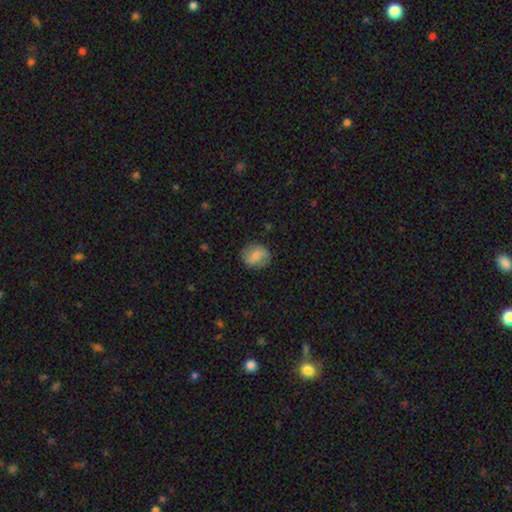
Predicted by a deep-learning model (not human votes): Smooth or featured: smooth — 73% (featured or disk — 19%)
How rounded: round — 67% (in between — 31%)
Merging: none — 83% (minor disturbance — 13%)